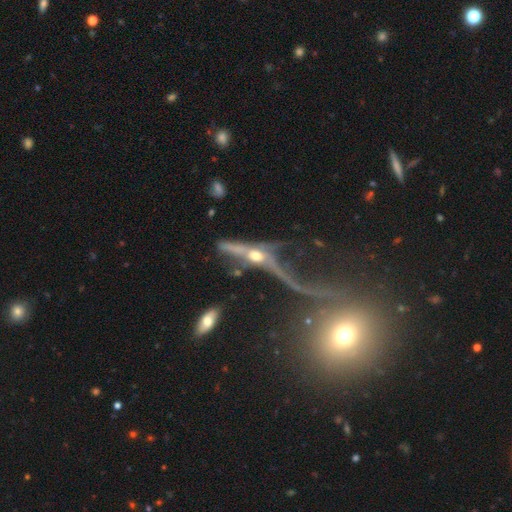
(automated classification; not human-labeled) smooth_or_featured: featured or disk (p=0.65) [alt: smooth p=0.22]
disk_edge_on: yes (p=0.56) [alt: no p=0.44]
merging: major disturbance (p=0.42) [alt: none p=0.24]